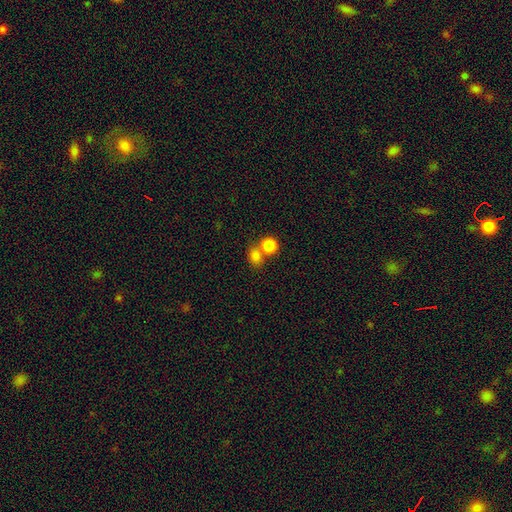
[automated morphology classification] Smooth or featured? smooth (82%)
How rounded? round (68%)
Merging? none (46%)